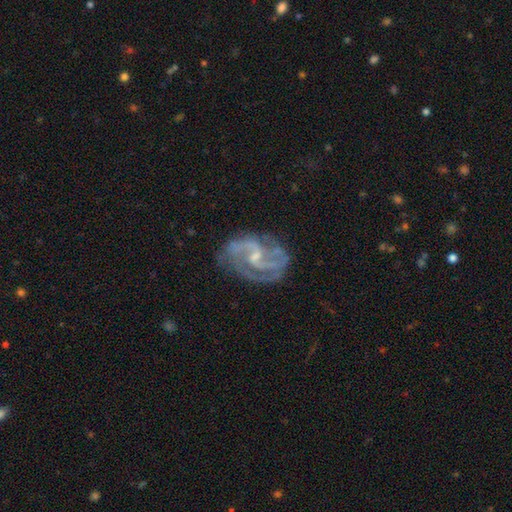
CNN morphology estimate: featured or disk 88%, star or artifact 6%, smooth 6%. Down the decision tree: edge-on disk — no (98%); bar — weak (52%); spiral arms — yes (97%); spiral arm count — 2 (67%); spiral winding — medium (54%); bulge size — small (61%); merging — none (67%).